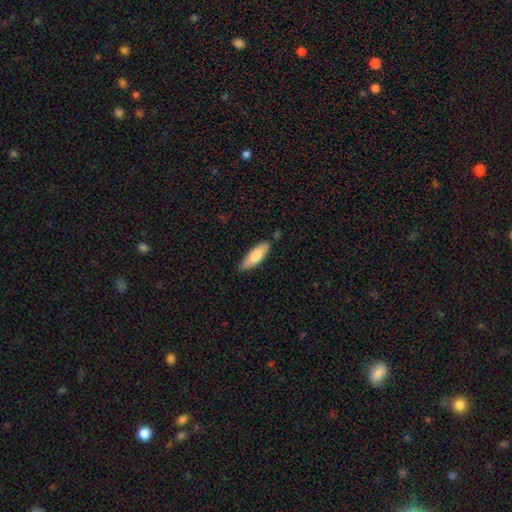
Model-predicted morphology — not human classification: Smooth or featured?
  - smooth: 74% *
  - featured or disk: 21%
  - star or artifact: 5%
How rounded?
  - in between: 58% *
  - cigar-shaped: 40%
  - round: 2%
Merging?
  - none: 80% *
  - minor disturbance: 15%
  - merger: 3%
  - major disturbance: 2%